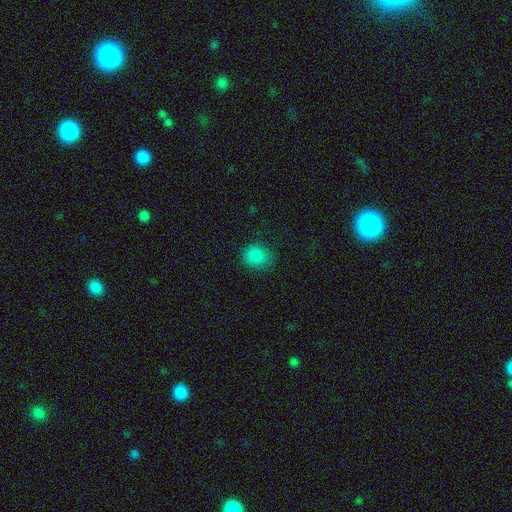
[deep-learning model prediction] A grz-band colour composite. It shows a smooth galaxy with no disk features (85%) that is round (75%). Merging: none (82%).